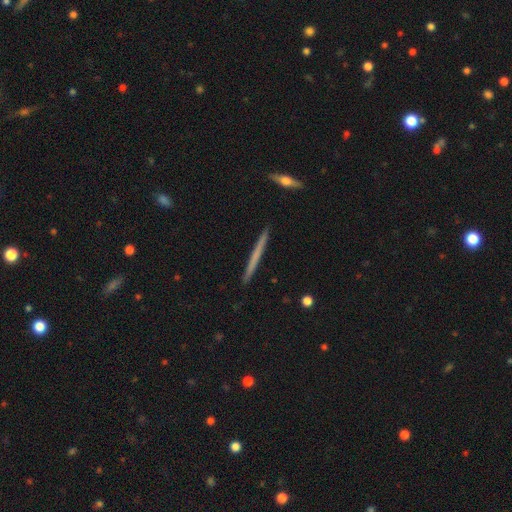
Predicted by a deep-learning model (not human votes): Overall: smooth (49%; featured or disk 46%). Merging: none (92%).